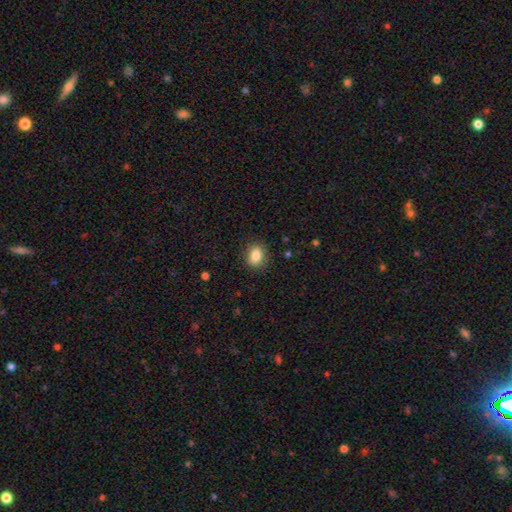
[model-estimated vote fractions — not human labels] Smooth or featured?
  - smooth: 85% *
  - star or artifact: 9%
  - featured or disk: 6%
How rounded?
  - in between: 61% *
  - round: 38%
  - cigar-shaped: 1%
Merging?
  - none: 87% *
  - minor disturbance: 10%
  - major disturbance: 3%
  - merger: 1%